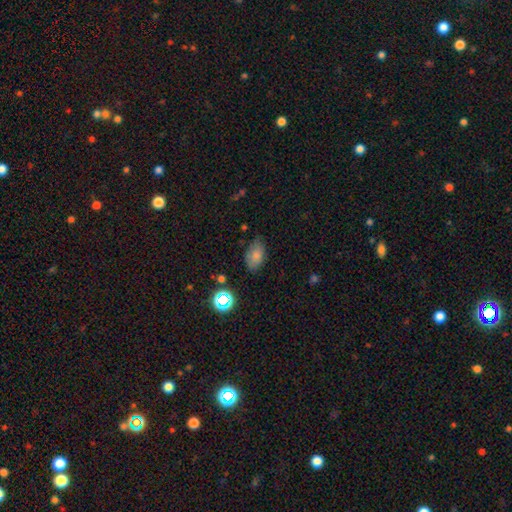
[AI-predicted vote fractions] Smooth or featured? Predicted: smooth (p=0.77). How rounded? Predicted: in between (p=0.90). Merging? Predicted: none (p=0.67).